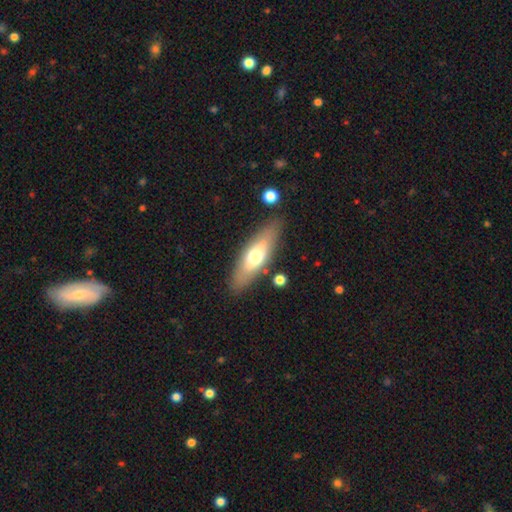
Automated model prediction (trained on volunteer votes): Smooth or featured? Predicted: smooth (p=0.54). How rounded? Predicted: cigar-shaped (p=0.51). Merging? Predicted: none (p=0.82).